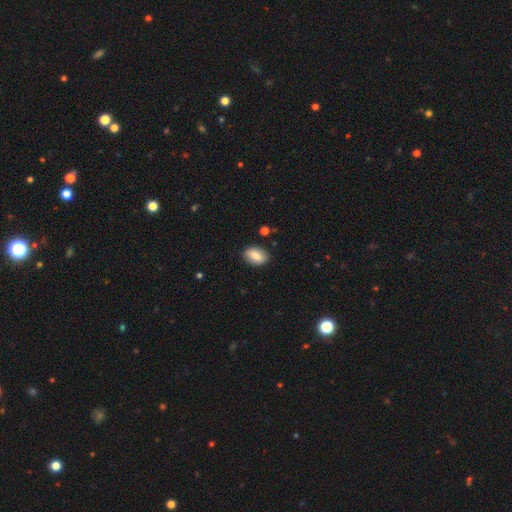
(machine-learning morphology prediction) Overall: smooth (80%). How rounded: in between (86%). Merging: none (86%).